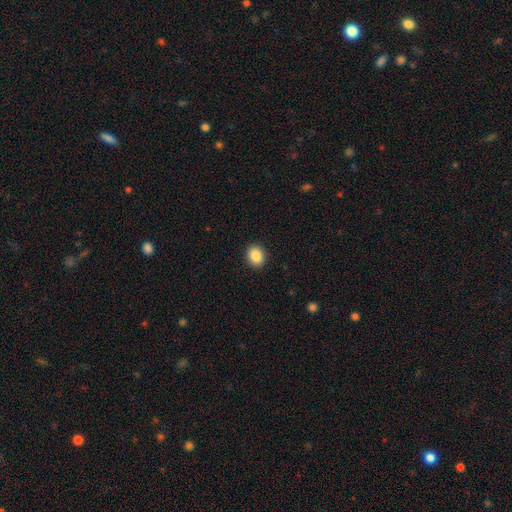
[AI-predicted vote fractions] This is clearly a smooth galaxy (88%). How rounded: possibly in between (51%). Merging: clearly none (91%).